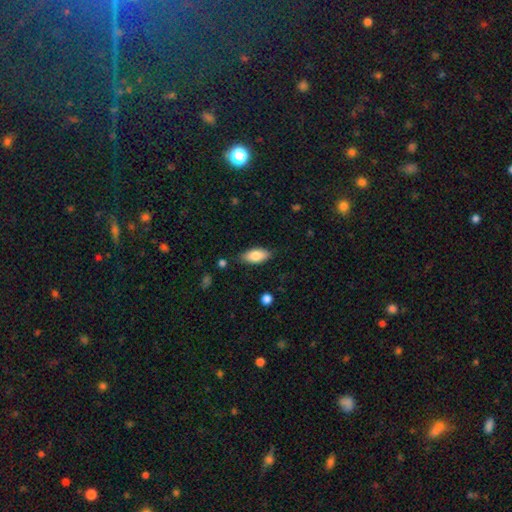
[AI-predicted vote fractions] Smooth or featured?
  - smooth: 81% *
  - featured or disk: 12%
  - star or artifact: 7%
How rounded?
  - in between: 87% *
  - cigar-shaped: 10%
  - round: 3%
Merging?
  - none: 83% *
  - minor disturbance: 12%
  - major disturbance: 3%
  - merger: 2%